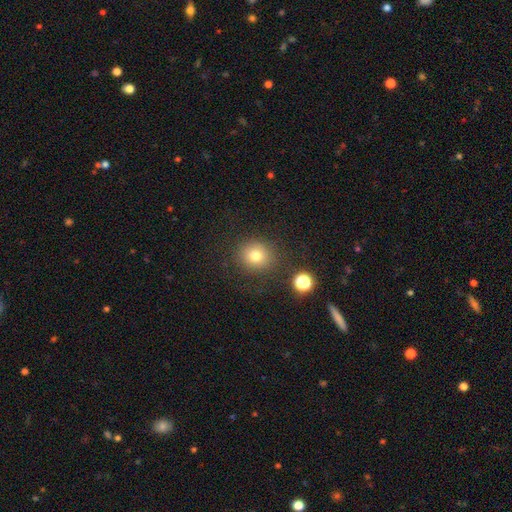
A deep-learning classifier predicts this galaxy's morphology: The model was most divided on "smooth or featured": smooth: 76%, star or artifact: 15%, featured or disk: 9%. More confident: how rounded — round (84%); merging — none (82%).